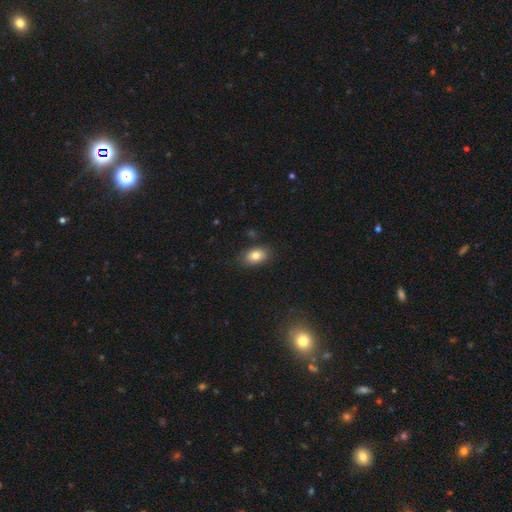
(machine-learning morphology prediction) Smooth or featured? smooth (80%)
How rounded? in between (86%)
Merging? none (82%)